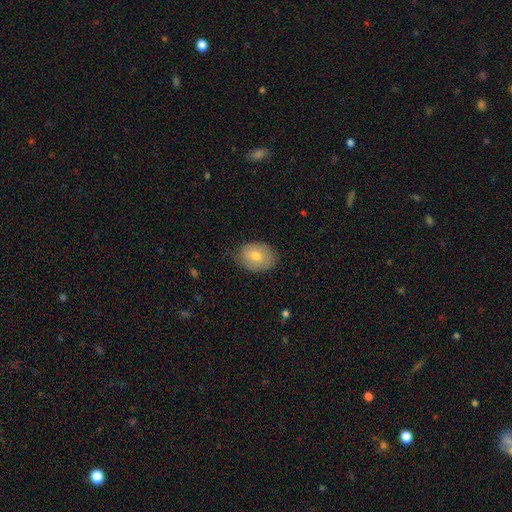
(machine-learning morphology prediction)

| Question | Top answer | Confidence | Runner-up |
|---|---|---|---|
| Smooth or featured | smooth | 68% | featured or disk (24%) |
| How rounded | in between | 71% | round (28%) |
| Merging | none | 69% | minor disturbance (25%) |